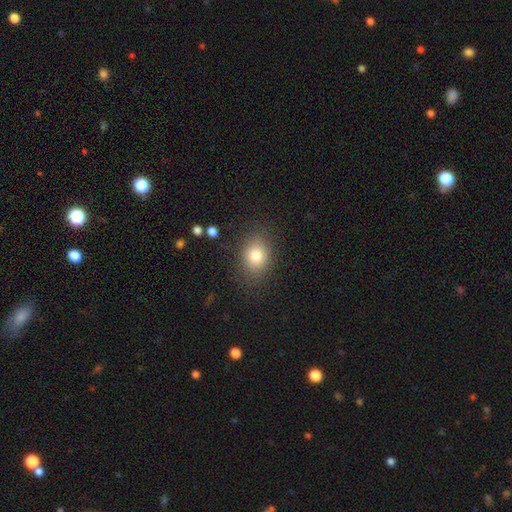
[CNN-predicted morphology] The model was most divided on "how rounded": in between: 57%, round: 42%, cigar-shaped: 1%. More confident: merging — none (82%); smooth or featured — smooth (80%).